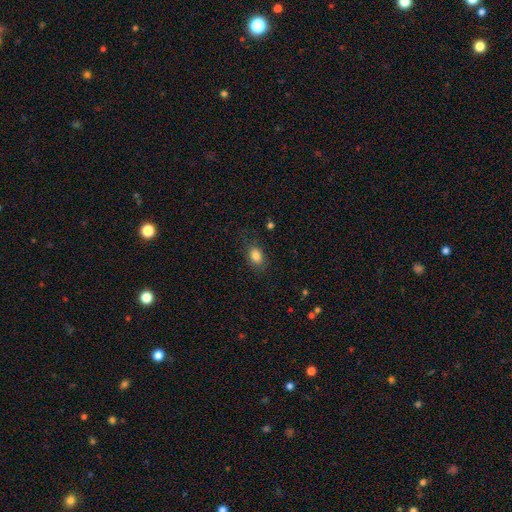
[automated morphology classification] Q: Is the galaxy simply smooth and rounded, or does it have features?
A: smooth — 83%.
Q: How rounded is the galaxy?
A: in between — 75%.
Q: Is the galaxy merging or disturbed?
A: none — 78%.